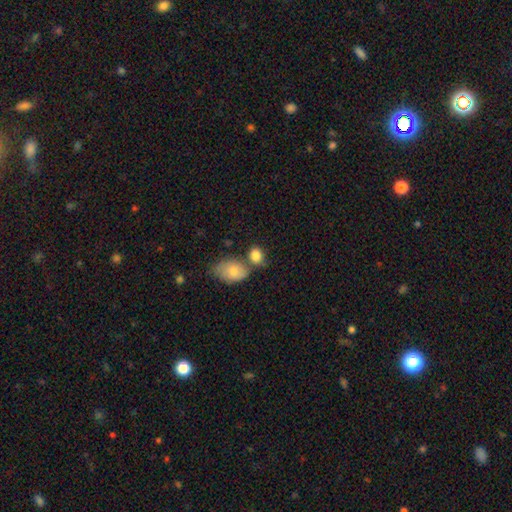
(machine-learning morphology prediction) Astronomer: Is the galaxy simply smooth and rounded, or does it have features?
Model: smooth — 84%.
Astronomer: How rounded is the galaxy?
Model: in between — 56% (runner-up: round, 43%).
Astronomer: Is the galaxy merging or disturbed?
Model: none — 49% (runner-up: merger, 31%).